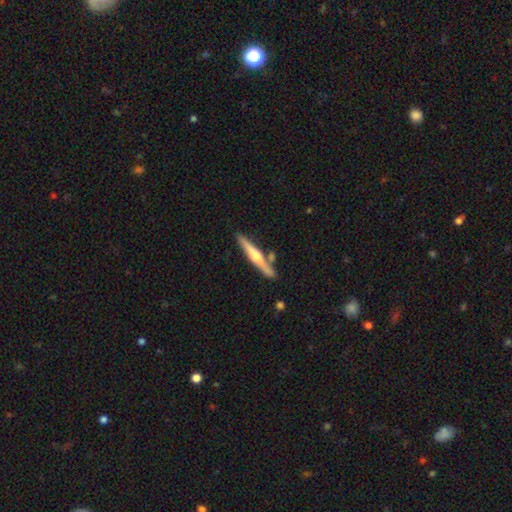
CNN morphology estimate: Smooth or featured? featured or disk (64%)
Edge-on disk? yes (97%)
Edge-on bulge? rounded (89%)
Merging? none (78%)